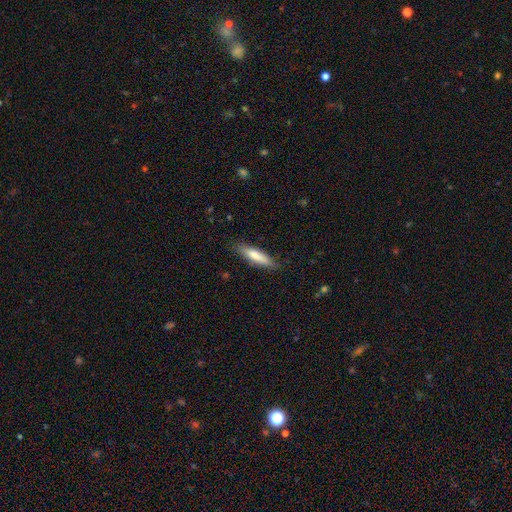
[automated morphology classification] smooth 76%, featured or disk 18%, star or artifact 6%. Down the decision tree: how rounded — cigar-shaped (75%); merging — none (85%).